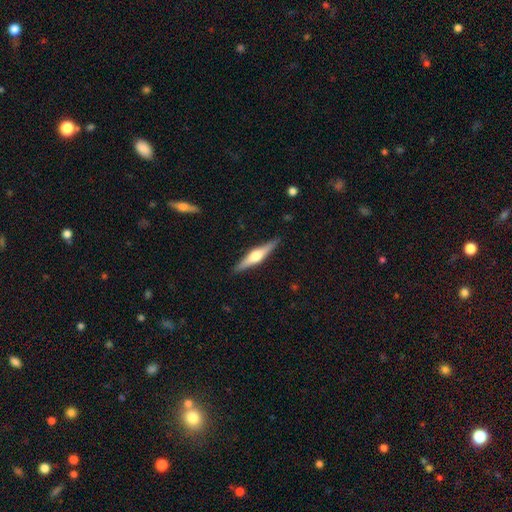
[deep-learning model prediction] smooth_or_featured: featured or disk (p=0.71) [alt: smooth p=0.24]
disk_edge_on: yes (p=0.98) [alt: no p=0.02]
edge_on_bulge: rounded (p=0.92) [alt: boxy p=0.05]
merging: none (p=0.90) [alt: minor disturbance p=0.07]